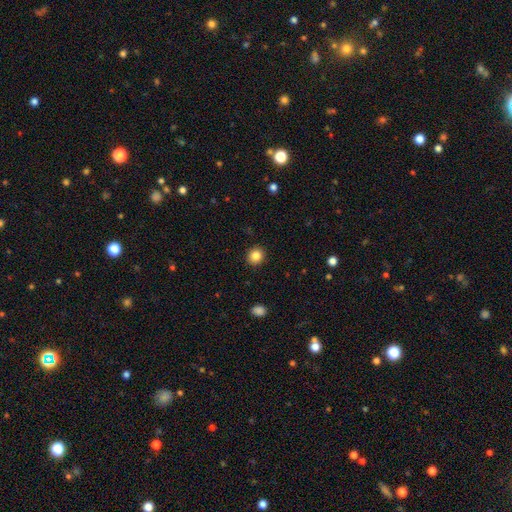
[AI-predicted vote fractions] This appears to be a smooth galaxy with no disk features (84%) that is round (86%). Merging: none (92%).